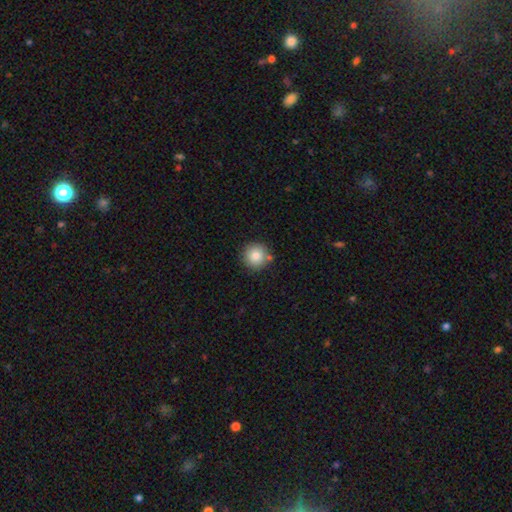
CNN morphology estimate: Smooth or featured: smooth — 84% (star or artifact — 9%)
How rounded: round — 95% (in between — 4%)
Merging: none — 82% (minor disturbance — 9%)